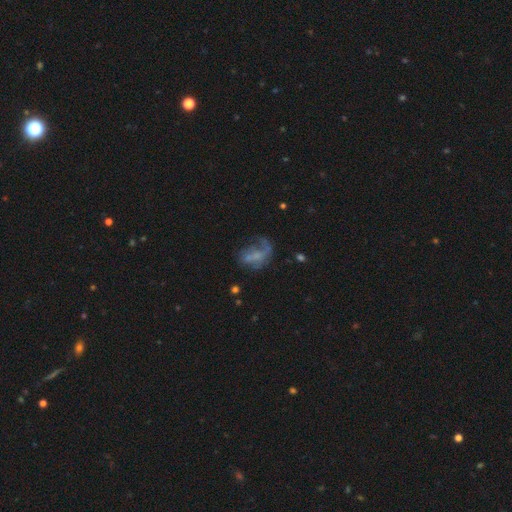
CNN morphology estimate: A featured or disk galaxy (53%) with no bar (70%), spiral arms (51%) and no central bulge (57%). Merging: major disturbance (44%).